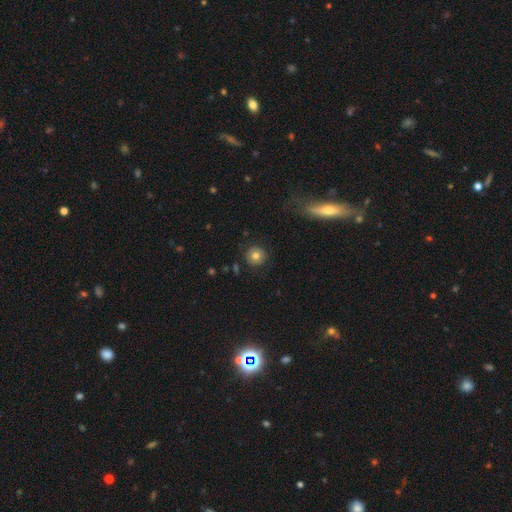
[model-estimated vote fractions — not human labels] Morphology: type=smooth (76%); roundness=round (93%); merging=none (87%).